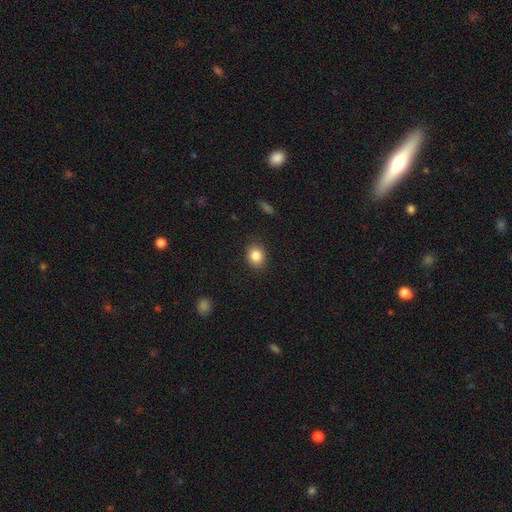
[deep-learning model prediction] Smooth or featured? Predicted: smooth (p=0.85). How rounded? Predicted: round (p=0.58). Merging? Predicted: none (p=0.89).